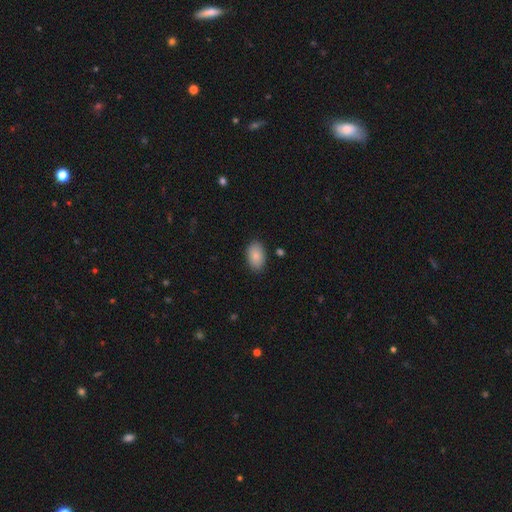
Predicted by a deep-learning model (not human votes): A smooth galaxy with no disk features (87%) that is in between round and cigar-shaped (91%).

Vote fractions:
- Smooth or featured? smooth: 87% / star or artifact: 7% / featured or disk: 6%
- How rounded? in between: 91% / round: 8% / cigar-shaped: 1%
- Merging? none: 86% / minor disturbance: 10% / major disturbance: 2% / merger: 1%